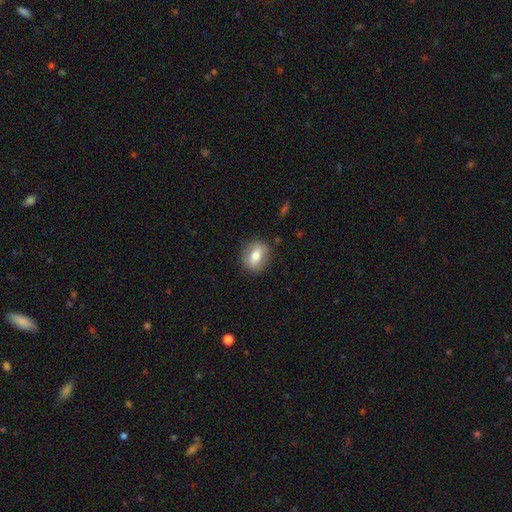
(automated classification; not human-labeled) Morphology: type=smooth (70%); roundness=round (57%); merging=none (83%).